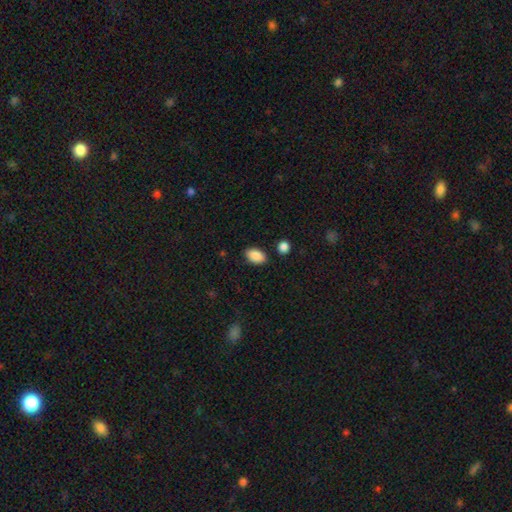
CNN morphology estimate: This appears to be a smooth galaxy with no disk features (89%) that is in between round and cigar-shaped (91%). Merging: none (85%).